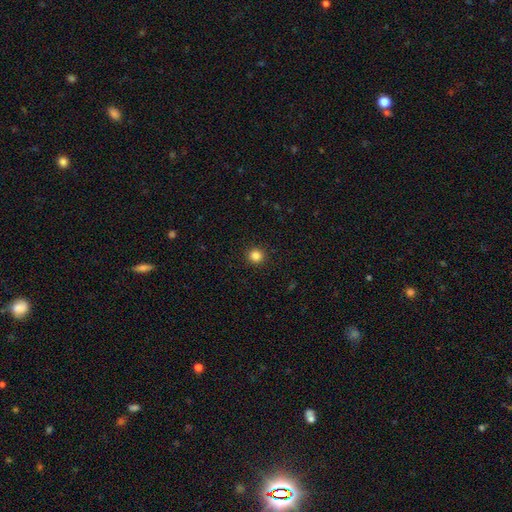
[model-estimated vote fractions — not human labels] Q: Smooth or featured?
A: smooth (84%); runner-up: star or artifact (12%)
Q: How rounded?
A: round (94%); runner-up: in between (5%)
Q: Merging?
A: none (93%); runner-up: minor disturbance (5%)